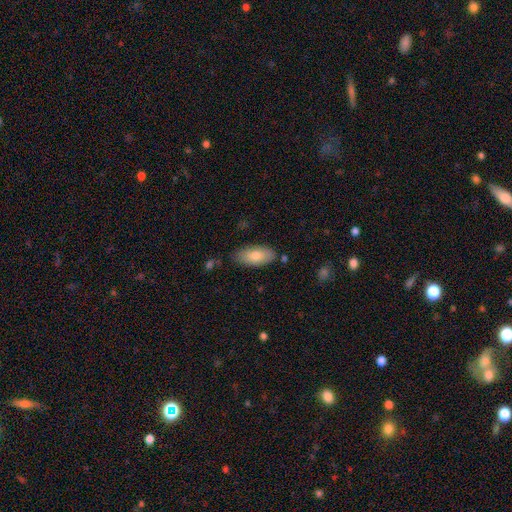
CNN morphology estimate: Smooth or featured?
  - smooth: 77% *
  - featured or disk: 16%
  - star or artifact: 6%
How rounded?
  - in between: 90% *
  - cigar-shaped: 7%
  - round: 2%
Merging?
  - none: 78% *
  - minor disturbance: 16%
  - merger: 3%
  - major disturbance: 3%